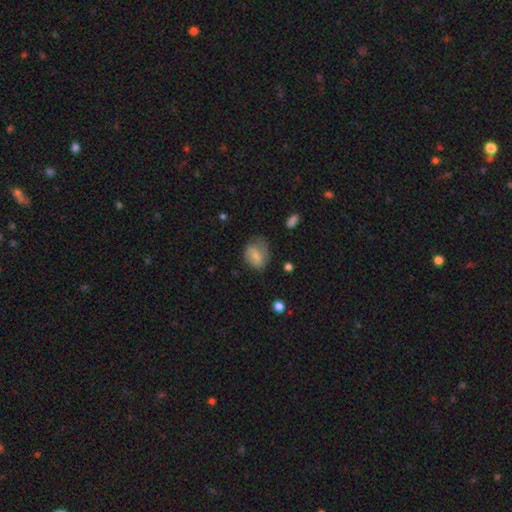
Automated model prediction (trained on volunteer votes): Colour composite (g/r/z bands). It shows a smooth galaxy with no disk features (61%) that is in between round and cigar-shaped (61%). Merging: none (45%).